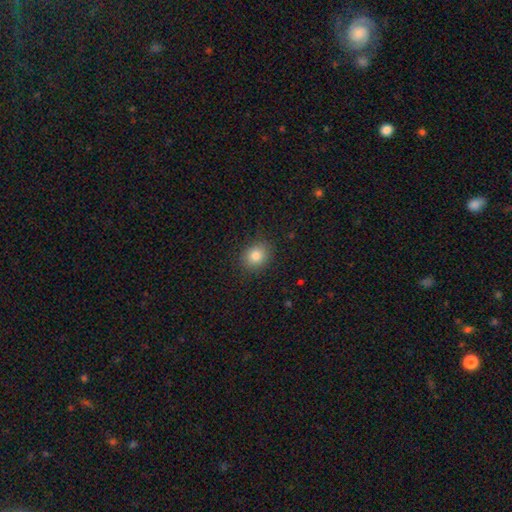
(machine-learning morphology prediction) This is clearly a smooth galaxy (82%). How rounded: likely round (69%). Merging: clearly none (87%).